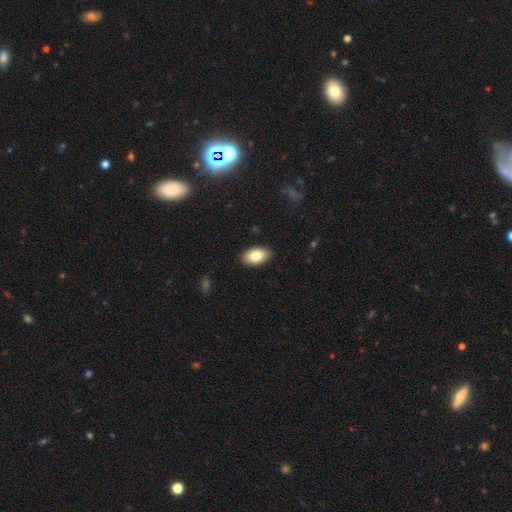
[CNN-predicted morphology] Q: Smooth or featured?
A: smooth (83%); runner-up: featured or disk (10%)
Q: How rounded?
A: in between (95%); runner-up: round (3%)
Q: Merging?
A: none (89%); runner-up: minor disturbance (8%)